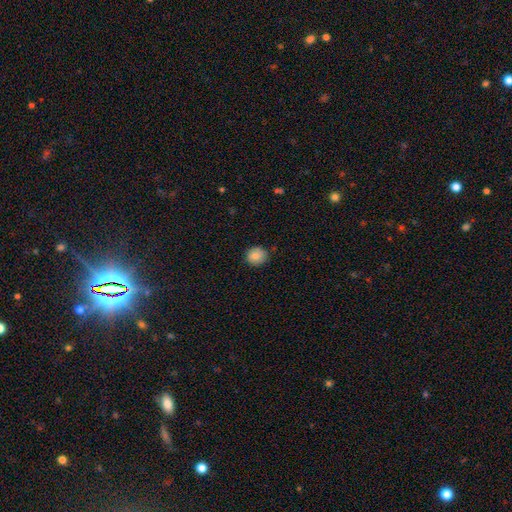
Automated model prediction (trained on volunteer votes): smooth 84%, star or artifact 8%, featured or disk 7%. Down the decision tree: how rounded — round (80%); merging — none (81%).